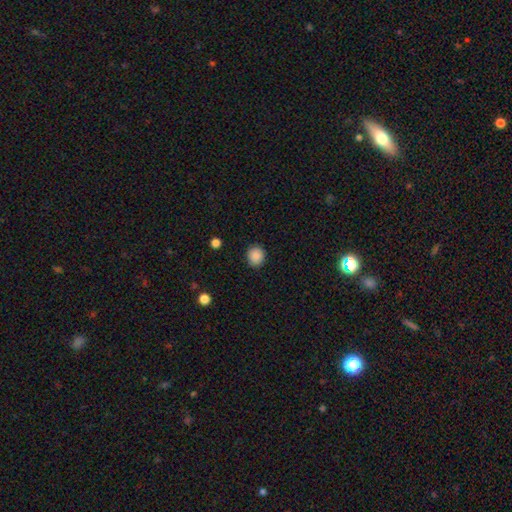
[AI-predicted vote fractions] Smooth or featured? smooth (88%)
How rounded? round (83%)
Merging? none (89%)